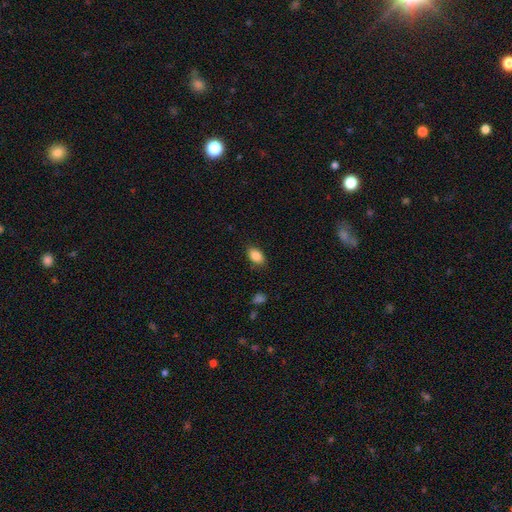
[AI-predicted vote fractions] The model was most divided on "merging": none: 85%, minor disturbance: 11%, major disturbance: 3%, merger: 1%. More confident: how rounded — in between (90%); smooth or featured — smooth (86%).